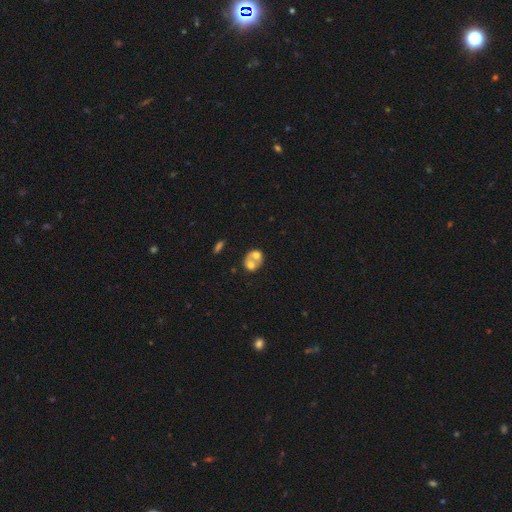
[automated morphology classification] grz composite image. It shows a smooth galaxy with no disk features (59%) that is round (59%). Merging: merger (72%).